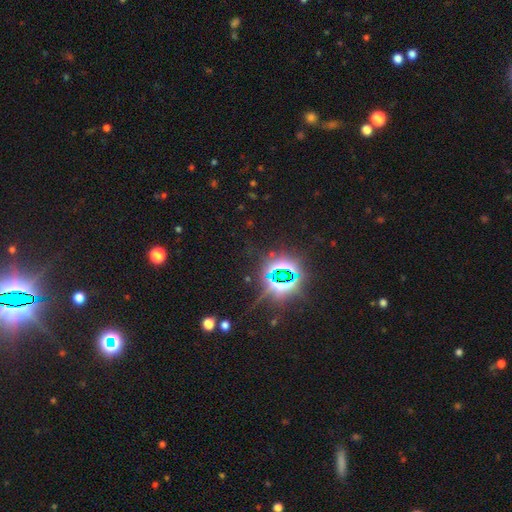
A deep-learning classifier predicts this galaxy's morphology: Smooth or featured?
  - star or artifact: 84% *
  - smooth: 9%
  - featured or disk: 7%